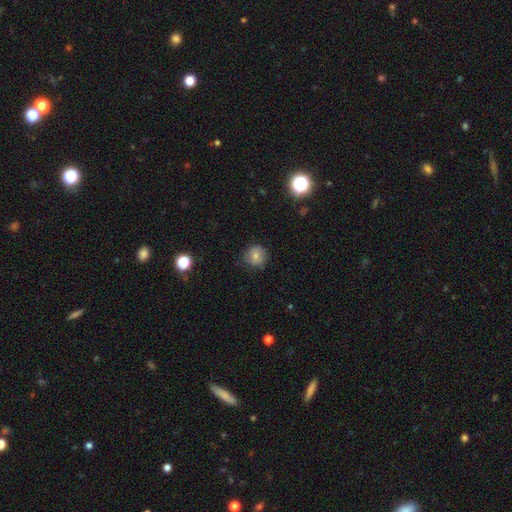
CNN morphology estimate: This appears to be a smooth galaxy with no disk features (75%) that is round (89%). Merging: none (77%).